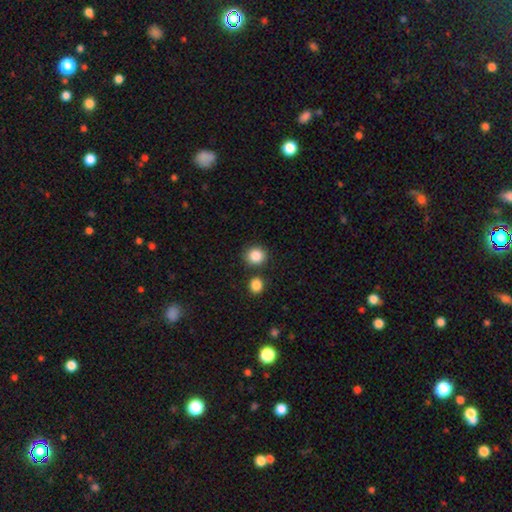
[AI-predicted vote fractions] This appears to be a smooth galaxy with no disk features (86%) that is round (88%). Merging: none (81%).